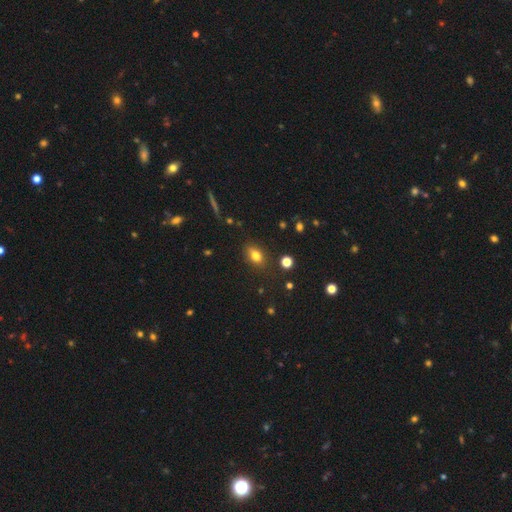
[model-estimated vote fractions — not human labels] Q: Smooth or featured?
A: smooth (79%); runner-up: star or artifact (12%)
Q: How rounded?
A: in between (78%); runner-up: round (19%)
Q: Merging?
A: none (81%); runner-up: minor disturbance (13%)